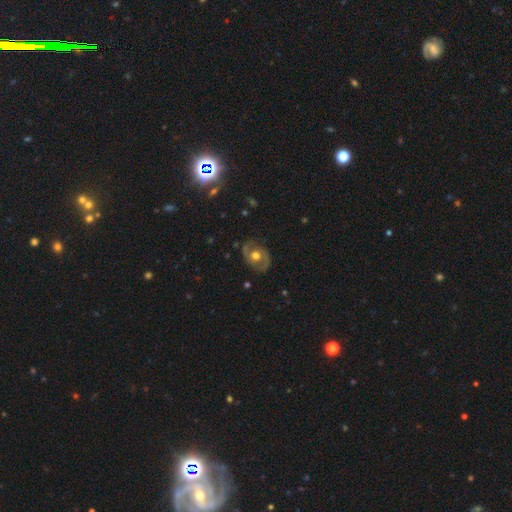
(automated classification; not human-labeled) Smooth or featured?
  - featured or disk: 70% *
  - smooth: 23%
  - star or artifact: 7%
Edge-on disk?
  - no: 95% *
  - yes: 5%
Bar?
  - no: 72% *
  - weak: 22%
  - strong: 6%
Spiral arms?
  - yes: 68% *
  - no: 32%
Bulge size?
  - moderate: 68% *
  - large: 24%
  - small: 5%
  - dominant: 1%
  - none: 1%
Merging?
  - none: 81% *
  - minor disturbance: 13%
  - major disturbance: 5%
  - merger: 1%